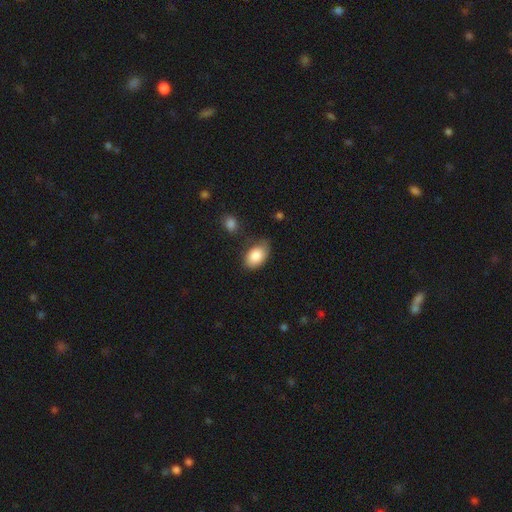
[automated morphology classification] This is clearly a smooth galaxy (86%). How rounded: clearly in between (88%). Merging: likely none (64%).